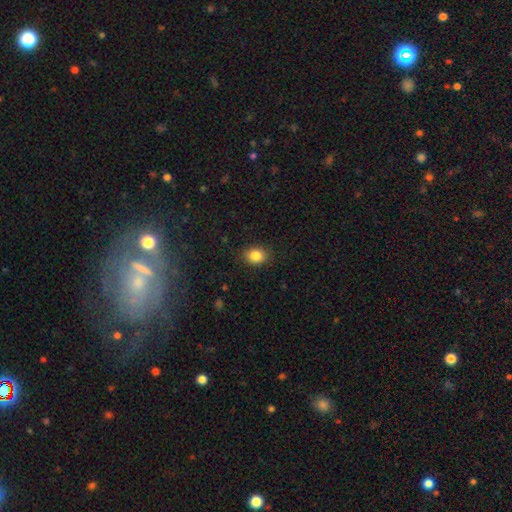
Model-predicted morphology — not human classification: Smooth or featured? Predicted: smooth (p=0.85). How rounded? Predicted: round (p=0.52). Merging? Predicted: none (p=0.88).